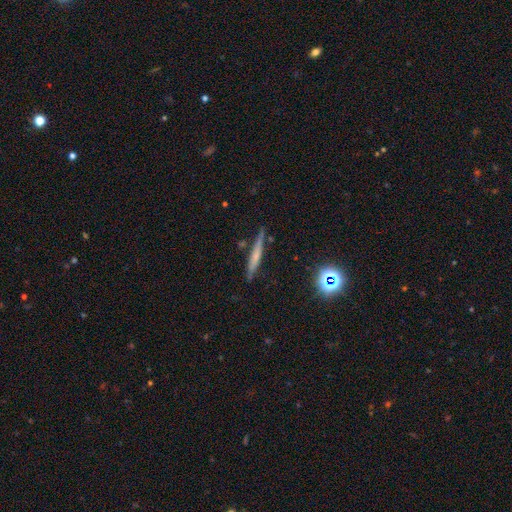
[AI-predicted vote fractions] Smooth or featured? Predicted: smooth (p=0.48). Merging? Predicted: none (p=0.83).